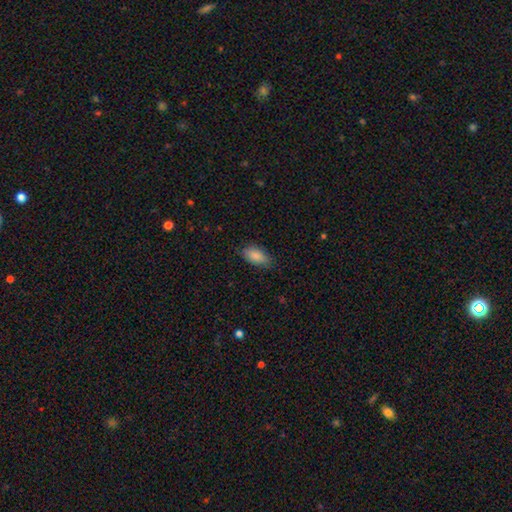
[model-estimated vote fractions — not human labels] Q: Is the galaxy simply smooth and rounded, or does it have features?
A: smooth — 88%.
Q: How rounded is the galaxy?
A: in between — 92%.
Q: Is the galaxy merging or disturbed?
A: none — 78%.